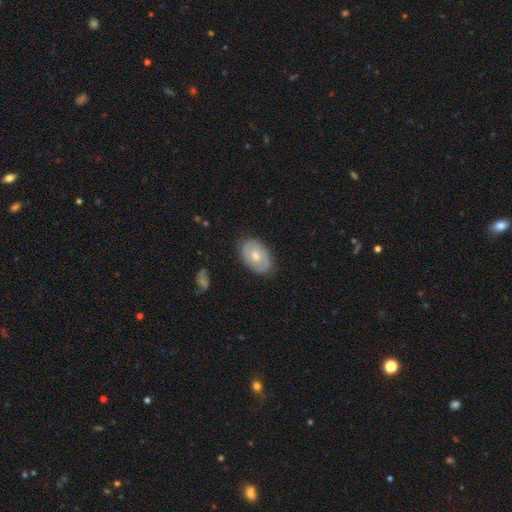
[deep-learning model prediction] This appears to be a smooth galaxy with no disk features (49%). Merging: none (81%).